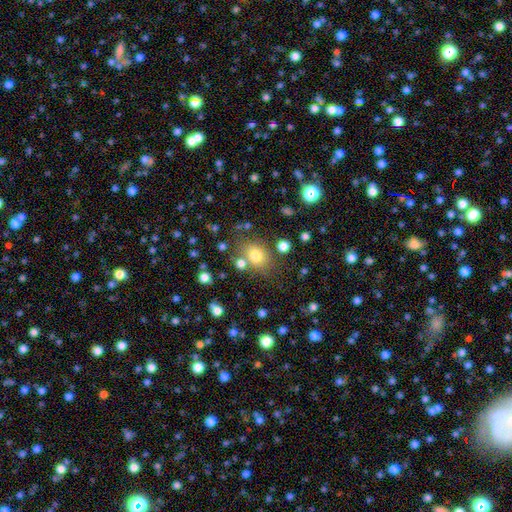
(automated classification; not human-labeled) Overall: smooth (75%). How rounded: round (52%; in between 46%). Merging: none (70%).